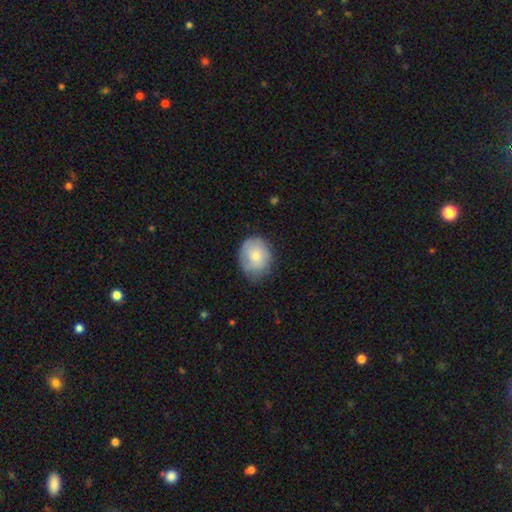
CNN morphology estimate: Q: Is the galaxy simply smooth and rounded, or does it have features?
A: smooth — 73%.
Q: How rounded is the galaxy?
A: round — 55%.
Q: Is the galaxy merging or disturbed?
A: none — 68%.